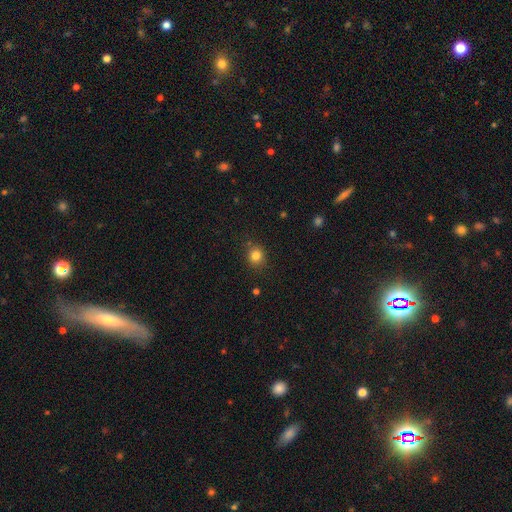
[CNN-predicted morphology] Overall: smooth (82%). How rounded: round (83%). Merging: none (85%).